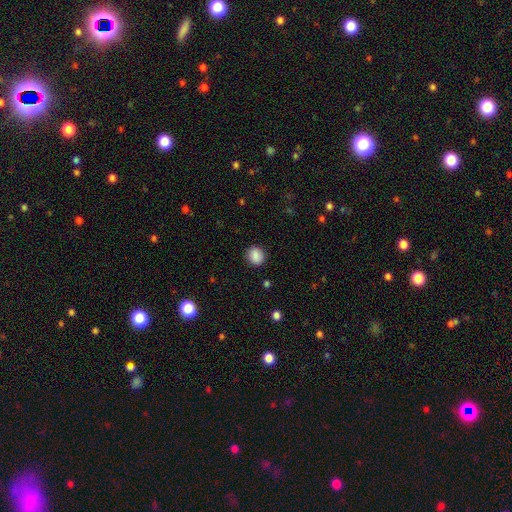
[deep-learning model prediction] Smooth or featured? smooth (88%)
How rounded? round (75%)
Merging? none (89%)